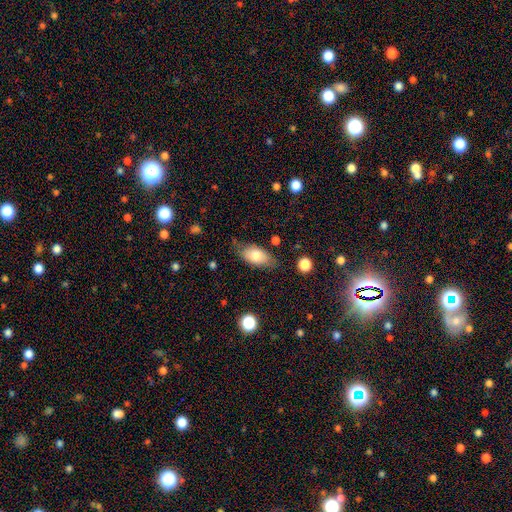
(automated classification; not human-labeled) Smooth or featured? Predicted: smooth (p=0.76). How rounded? Predicted: in between (p=0.90). Merging? Predicted: none (p=0.70).